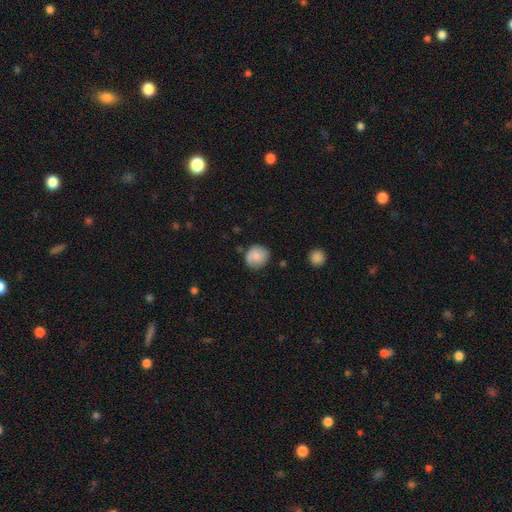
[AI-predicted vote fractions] smooth-or-featured: smooth: 81% | featured or disk: 11% | star or artifact: 8%
  how-rounded: round: 84% | in between: 16% | cigar-shaped: 1%
  merging: none: 76% | minor disturbance: 19% | major disturbance: 4% | merger: 2%